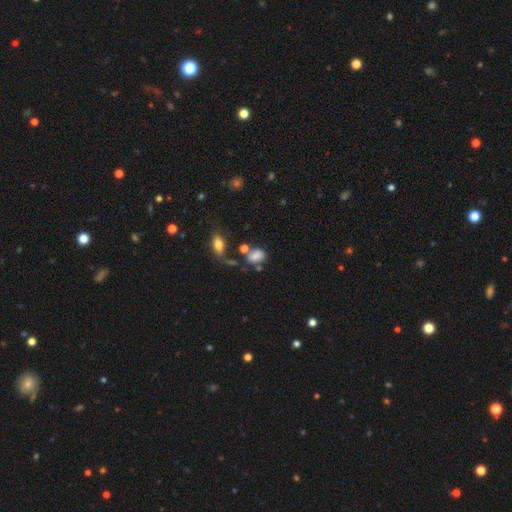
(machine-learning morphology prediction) Smooth or featured? Predicted: smooth (p=0.75). How rounded? Predicted: in between (p=0.69). Merging? Predicted: none (p=0.48).